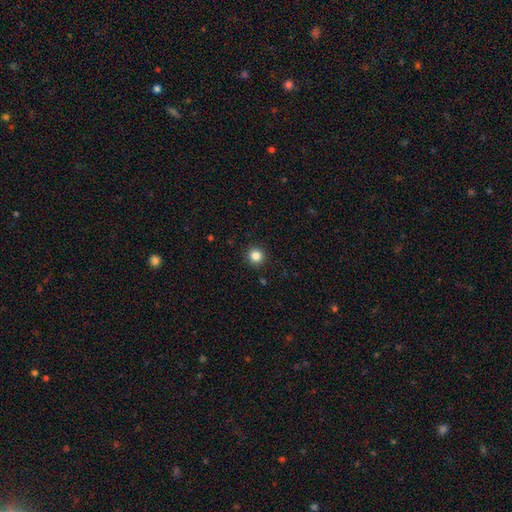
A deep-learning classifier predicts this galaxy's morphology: Smooth or featured? smooth (84%)
How rounded? round (95%)
Merging? none (92%)